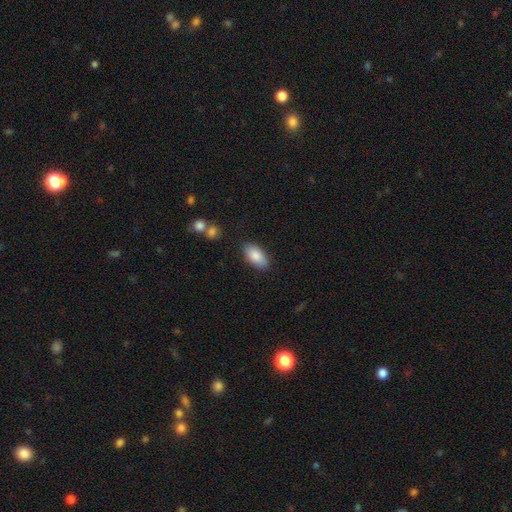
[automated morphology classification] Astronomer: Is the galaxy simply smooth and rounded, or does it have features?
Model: smooth — 85%.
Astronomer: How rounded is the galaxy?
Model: in between — 93%.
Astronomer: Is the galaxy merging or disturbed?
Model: none — 84%.